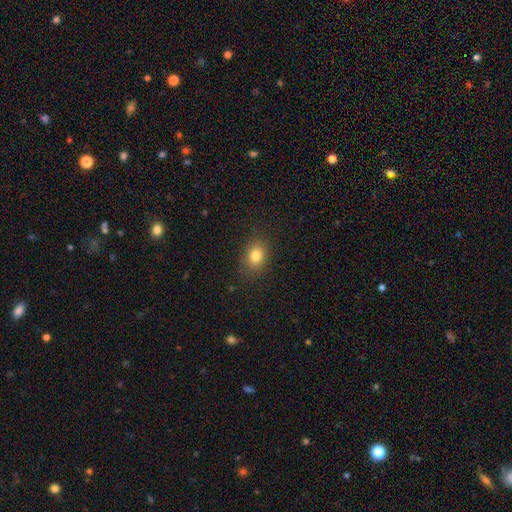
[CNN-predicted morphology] Smooth or featured: smooth — 82% (star or artifact — 11%)
How rounded: in between — 61% (round — 38%)
Merging: none — 85% (minor disturbance — 10%)